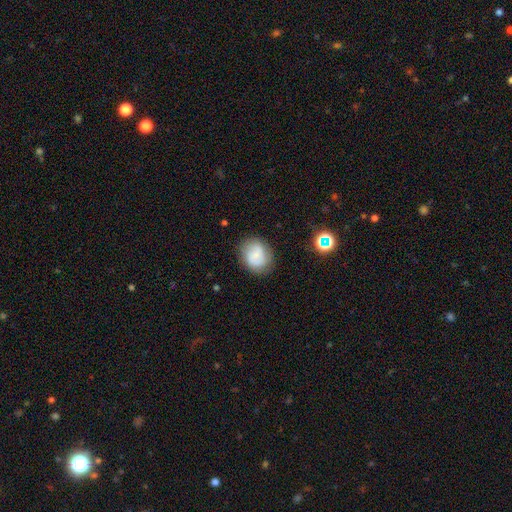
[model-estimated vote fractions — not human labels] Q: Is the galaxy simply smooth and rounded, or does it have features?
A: smooth — 51%.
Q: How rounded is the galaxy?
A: round — 66%.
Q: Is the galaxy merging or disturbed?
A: none — 78%.